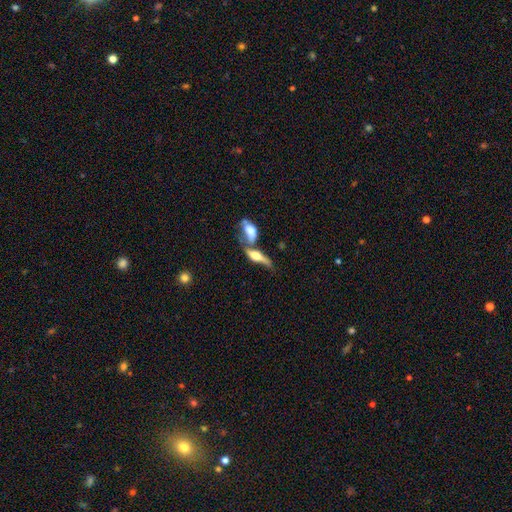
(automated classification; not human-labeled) featured or disk 52%, smooth 40%, star or artifact 8%. Down the decision tree: edge-on disk — yes (68%); merging — merger (51%).